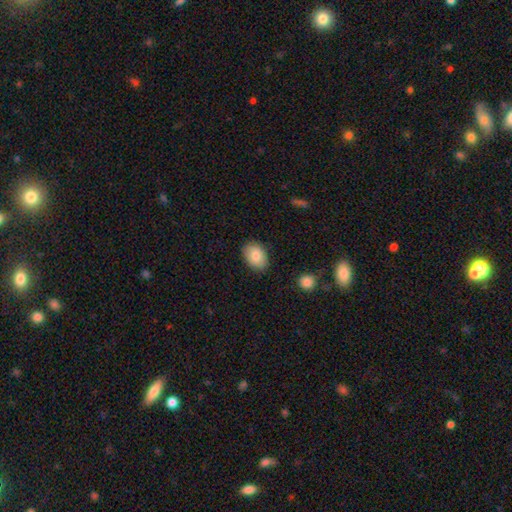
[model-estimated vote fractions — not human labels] Smooth or featured? smooth (82%)
How rounded? in between (78%)
Merging? none (84%)